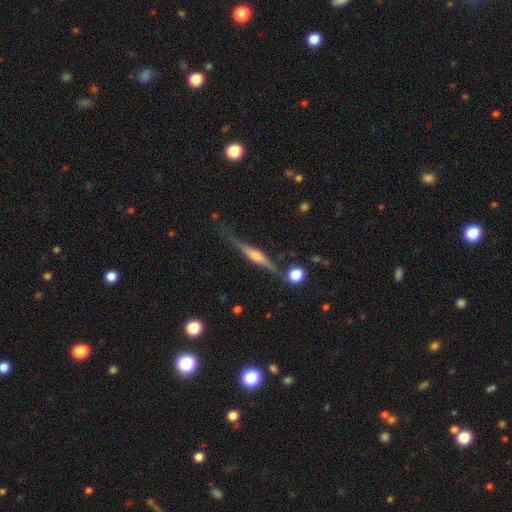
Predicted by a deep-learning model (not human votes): smooth-or-featured: featured or disk: 72% | smooth: 21% | star or artifact: 7%
  disk-edge-on: yes: 96% | no: 4%
    edge-on-bulge: rounded: 81% | boxy: 11% | none: 9%
  merging: none: 70% | minor disturbance: 20% | major disturbance: 6% | merger: 4%